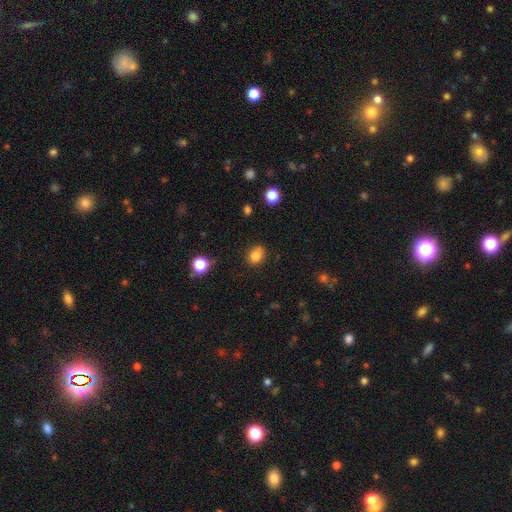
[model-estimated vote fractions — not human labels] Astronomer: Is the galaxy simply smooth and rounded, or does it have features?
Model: smooth — 83%.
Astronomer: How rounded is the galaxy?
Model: round — 55% (runner-up: in between, 44%).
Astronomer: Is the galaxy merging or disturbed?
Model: none — 79%.